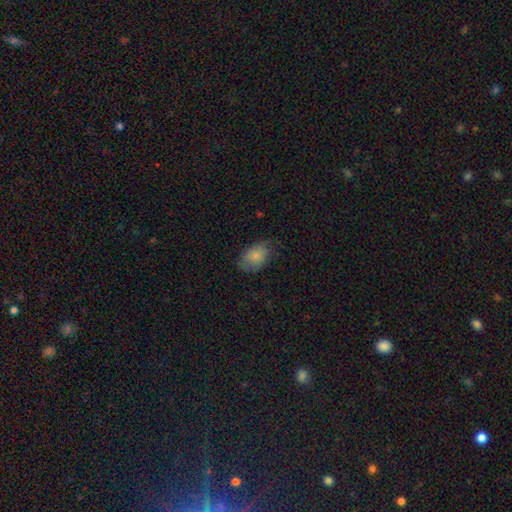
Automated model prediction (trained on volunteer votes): A smooth galaxy with no disk features (80%) that is in between round and cigar-shaped (85%). Merging: none (64%).